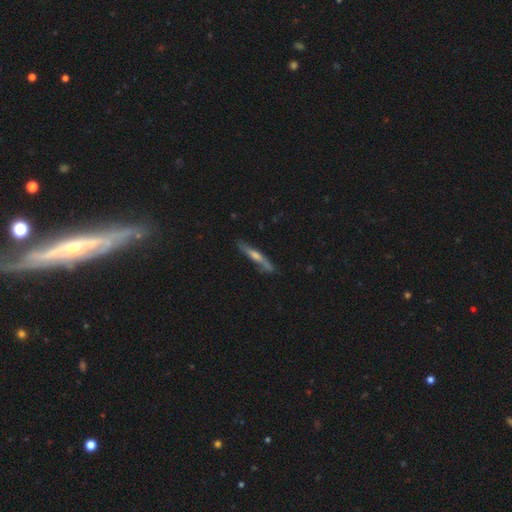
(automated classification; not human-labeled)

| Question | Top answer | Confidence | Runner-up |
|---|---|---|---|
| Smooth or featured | featured or disk | 63% | smooth (30%) |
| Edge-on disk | yes | 88% | no (12%) |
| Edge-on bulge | rounded | 68% | none (20%) |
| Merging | none | 77% | minor disturbance (17%) |